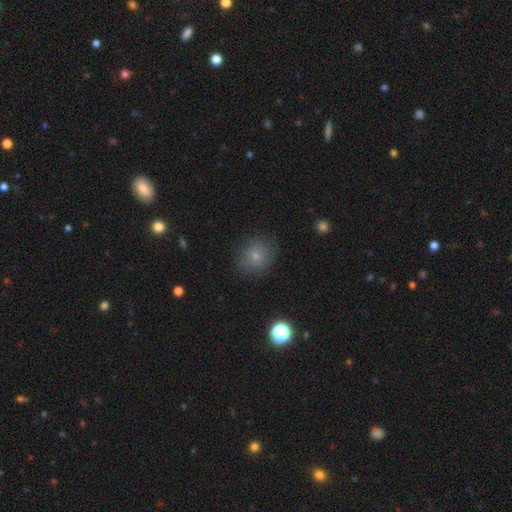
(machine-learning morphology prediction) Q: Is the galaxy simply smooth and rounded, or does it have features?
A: smooth — 76%.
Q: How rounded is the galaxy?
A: round — 69%.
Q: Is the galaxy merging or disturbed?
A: none — 78%.